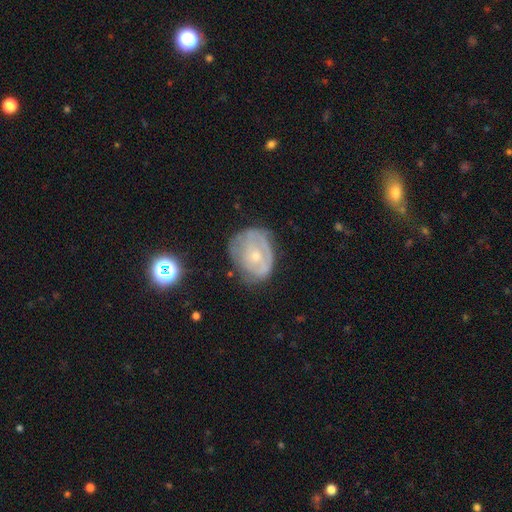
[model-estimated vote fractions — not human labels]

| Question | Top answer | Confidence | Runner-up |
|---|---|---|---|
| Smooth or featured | featured or disk | 60% | smooth (32%) |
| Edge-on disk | no | 97% | yes (3%) |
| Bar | no | 78% | weak (19%) |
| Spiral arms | yes | 58% | no (42%) |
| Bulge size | small | 61% | moderate (34%) |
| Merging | none | 56% | minor disturbance (29%) |